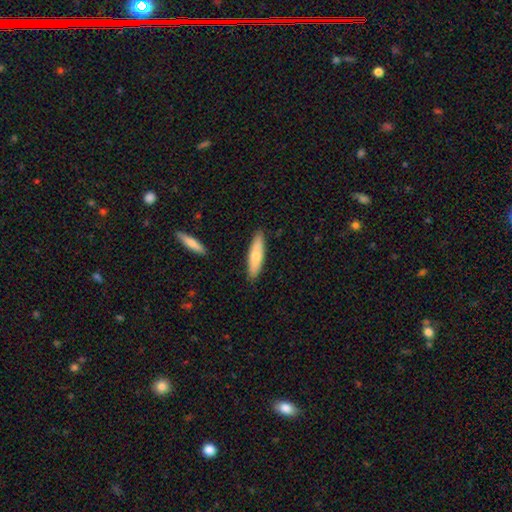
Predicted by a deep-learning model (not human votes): A smooth galaxy with no disk features (71%) that is cigar-shaped (72%). Merging: none (88%).